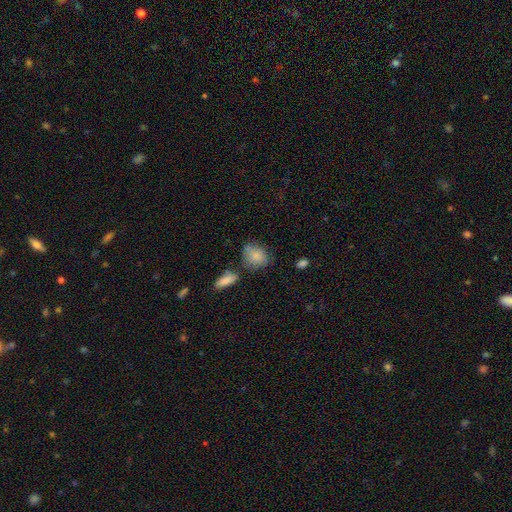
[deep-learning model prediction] A smooth galaxy with no disk features (82%) that is round (53%).

Vote fractions:
- Smooth or featured? smooth: 82% / featured or disk: 10% / star or artifact: 8%
- How rounded? round: 53% / in between: 45% / cigar-shaped: 2%
- Merging? none: 55% / minor disturbance: 25% / merger: 12% / major disturbance: 8%